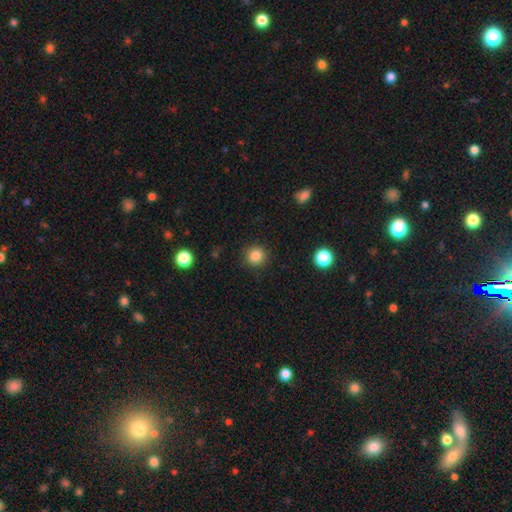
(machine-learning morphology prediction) This is clearly a smooth galaxy (85%). How rounded: clearly round (94%). Merging: clearly none (90%).